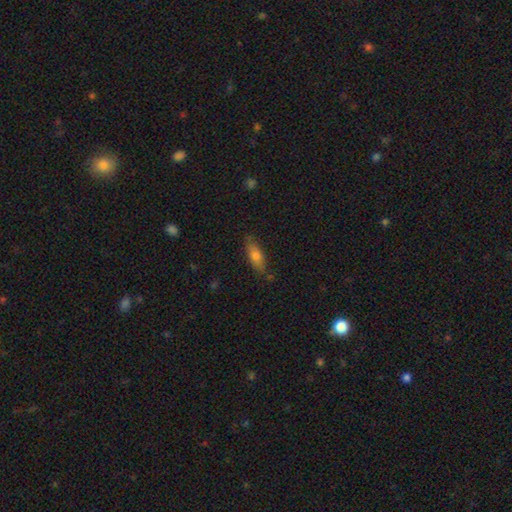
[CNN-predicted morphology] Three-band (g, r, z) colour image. It shows a smooth galaxy with no disk features (71%) that is in between round and cigar-shaped (70%). Merging: none (78%).